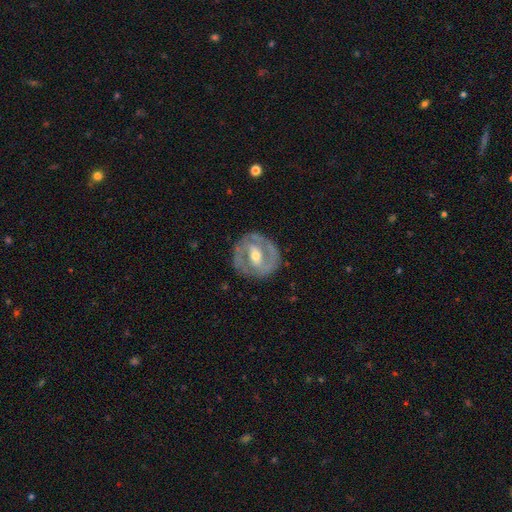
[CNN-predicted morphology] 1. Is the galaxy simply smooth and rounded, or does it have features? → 81% featured or disk, 15% smooth, 5% star or artifact.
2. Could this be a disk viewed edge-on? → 96% no, 4% yes.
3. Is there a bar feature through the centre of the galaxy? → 40% weak, 38% strong, 22% no.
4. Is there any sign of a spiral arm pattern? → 75% yes, 25% no.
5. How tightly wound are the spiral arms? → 48% tight, 40% medium, 12% loose.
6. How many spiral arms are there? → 80% 2, 11% can't tell, 4% 1, 3% 3, 1% 4, 1% more than 4.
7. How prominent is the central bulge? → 58% moderate, 37% small, 3% large, 1% none, 1% dominant.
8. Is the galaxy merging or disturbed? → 83% none, 11% minor disturbance, 5% major disturbance, 1% merger.